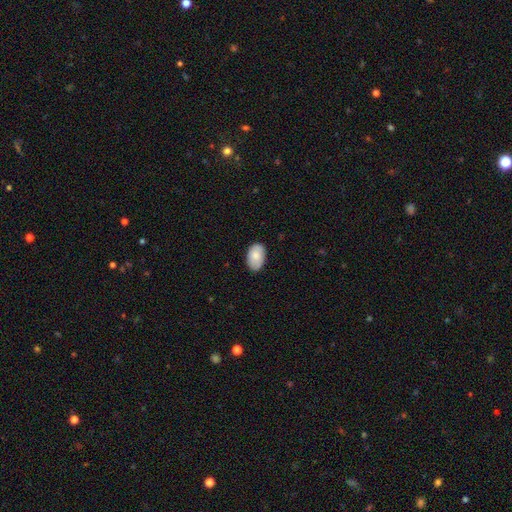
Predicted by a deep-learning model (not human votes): A smooth galaxy with no disk features (81%) that is in between round and cigar-shaped (91%).

Vote fractions:
- Smooth or featured? smooth: 81% / featured or disk: 13% / star or artifact: 6%
- How rounded? in between: 91% / round: 8% / cigar-shaped: 1%
- Merging? none: 83% / minor disturbance: 14% / major disturbance: 2% / merger: 1%